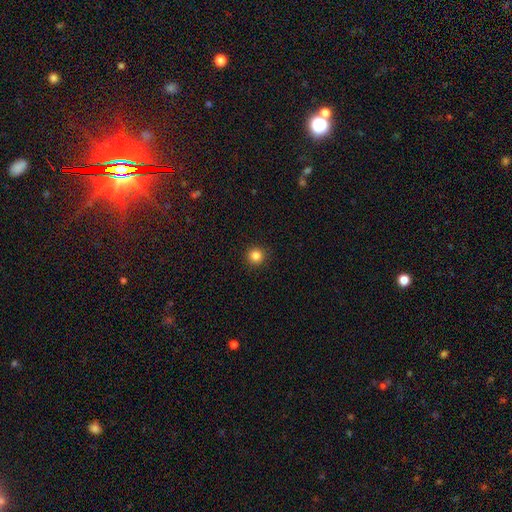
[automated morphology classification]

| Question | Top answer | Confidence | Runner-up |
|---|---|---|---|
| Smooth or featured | smooth | 84% | star or artifact (12%) |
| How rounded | round | 95% | in between (4%) |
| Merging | none | 92% | minor disturbance (5%) |